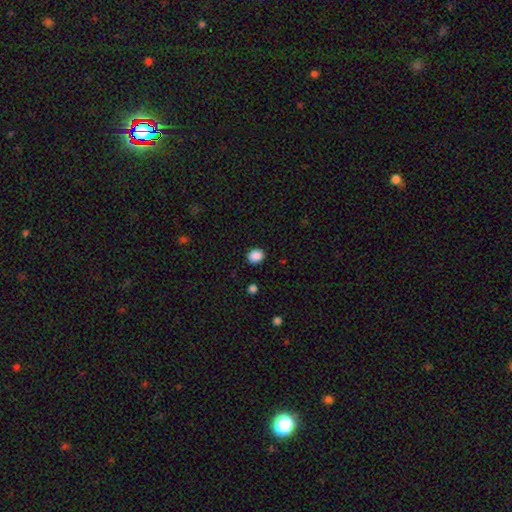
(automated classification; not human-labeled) A smooth galaxy with no disk features (88%) that is round (58%). Merging: none (89%).